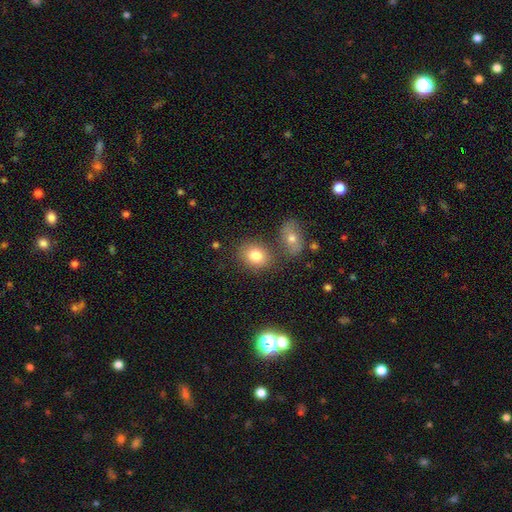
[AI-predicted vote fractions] Morphology: type=smooth (80%); roundness=in between (51%); merging=none (70%).